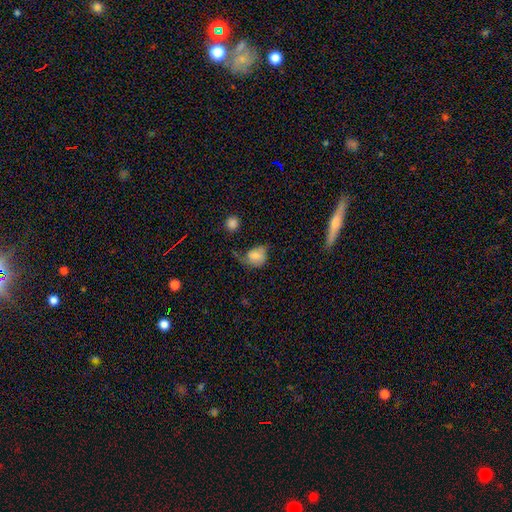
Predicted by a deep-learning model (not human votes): smooth 70%, featured or disk 21%, star or artifact 10%. Down the decision tree: how rounded — round (57%); merging — minor disturbance (33%, tied with none).